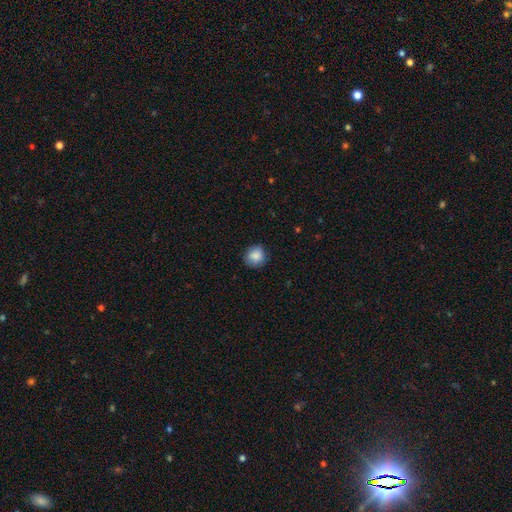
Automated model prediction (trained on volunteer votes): smooth 86%, star or artifact 9%, featured or disk 5%. Down the decision tree: how rounded — round (87%); merging — none (84%).